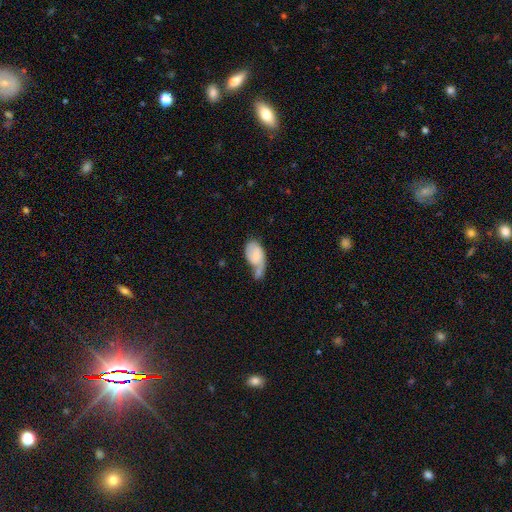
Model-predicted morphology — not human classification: Overall: smooth (60%; featured or disk 33%). How rounded: in between (91%). Merging: merger (37%; minor disturbance 22%).